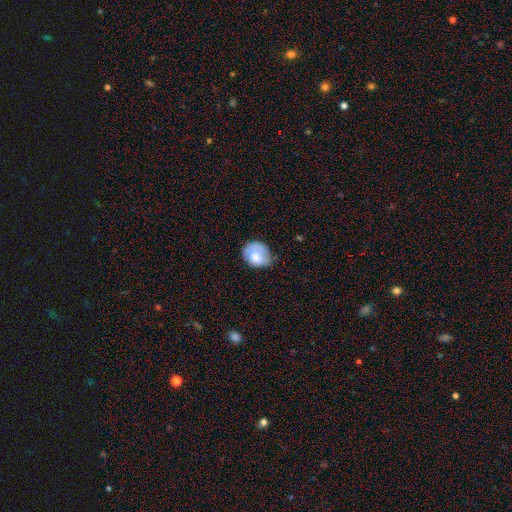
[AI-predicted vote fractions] The model was most divided on "how rounded": round: 54%, in between: 45%, cigar-shaped: 1%. Remaining: smooth or featured — smooth (69%); merging — none (49%).